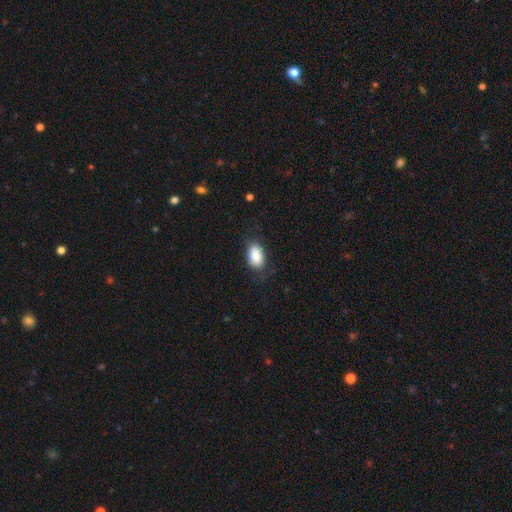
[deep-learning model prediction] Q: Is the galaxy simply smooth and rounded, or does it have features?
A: smooth — 89%.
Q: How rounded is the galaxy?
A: in between — 92%.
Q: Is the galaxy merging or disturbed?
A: none — 77%.